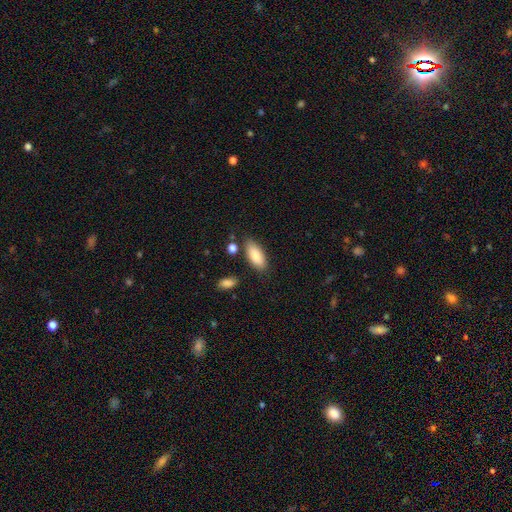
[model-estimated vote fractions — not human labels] Smooth or featured? Predicted: smooth (p=0.86). How rounded? Predicted: in between (p=0.84). Merging? Predicted: none (p=0.77).